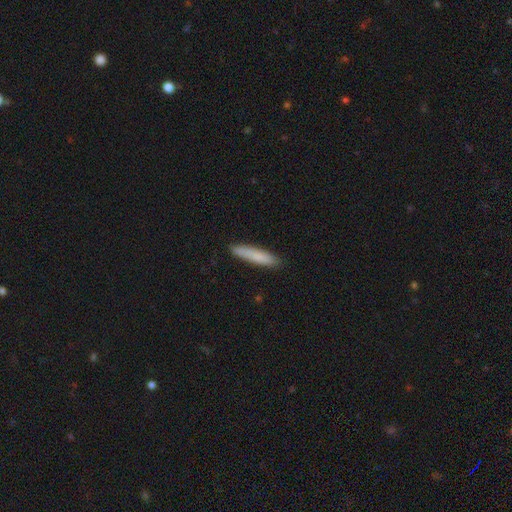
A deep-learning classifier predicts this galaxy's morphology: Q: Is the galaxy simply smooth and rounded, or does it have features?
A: smooth — 81%.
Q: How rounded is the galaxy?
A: cigar-shaped — 90%.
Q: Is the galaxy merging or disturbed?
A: none — 88%.